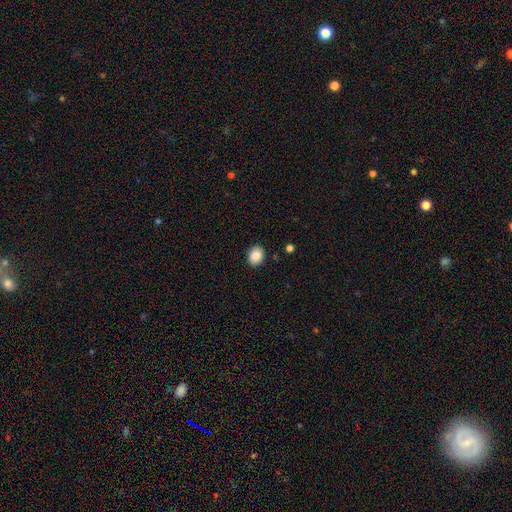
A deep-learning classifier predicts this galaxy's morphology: type=smooth (87%); roundness=in between (60%); merging=none (89%).